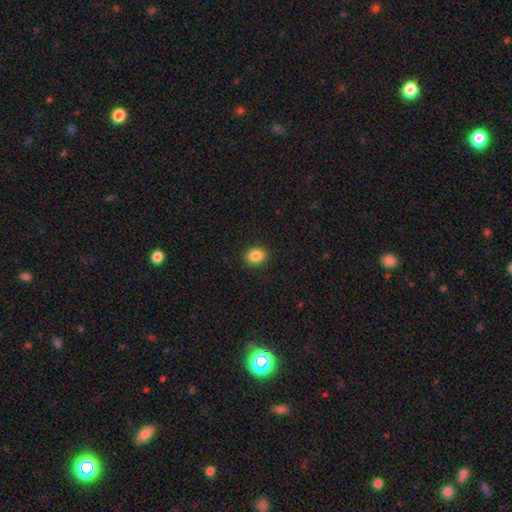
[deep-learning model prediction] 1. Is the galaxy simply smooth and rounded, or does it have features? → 87% smooth, 10% star or artifact, 3% featured or disk.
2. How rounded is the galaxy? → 56% round, 43% in between, 1% cigar-shaped.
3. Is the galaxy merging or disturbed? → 90% none, 7% minor disturbance, 2% major disturbance, 1% merger.